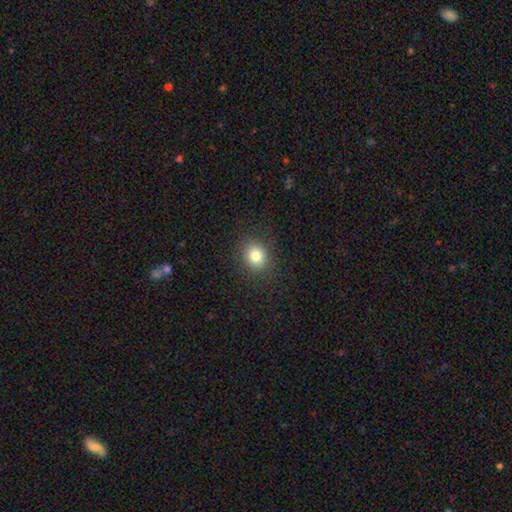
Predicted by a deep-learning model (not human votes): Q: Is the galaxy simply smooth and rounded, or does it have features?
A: smooth — 81%.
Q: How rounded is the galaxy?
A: round — 74%.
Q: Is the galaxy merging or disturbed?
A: none — 88%.